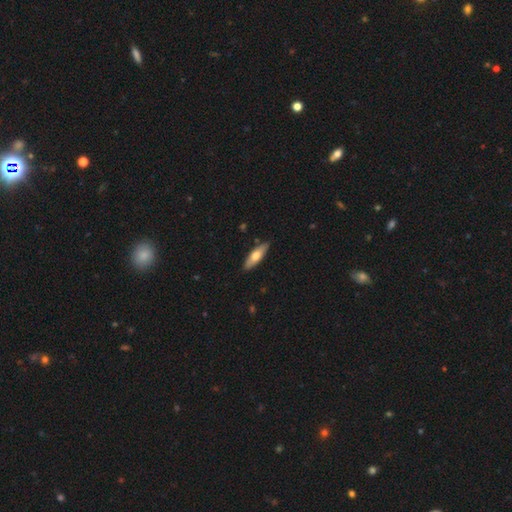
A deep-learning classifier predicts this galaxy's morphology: This appears to be a smooth galaxy with no disk features (61%) that is cigar-shaped (49%). Merging: none (87%).